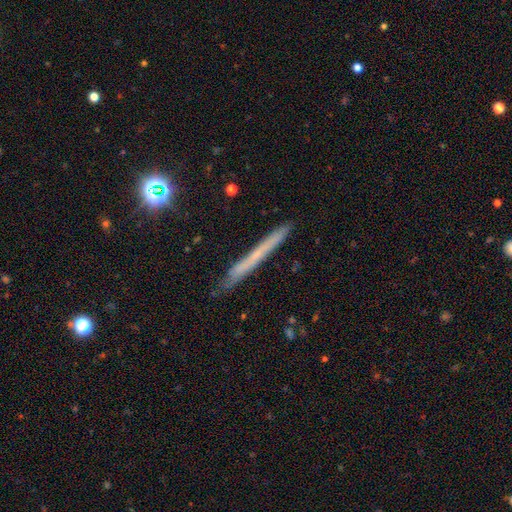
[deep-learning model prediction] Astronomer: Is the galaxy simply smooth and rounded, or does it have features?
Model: smooth — 48% (runner-up: featured or disk, 42%).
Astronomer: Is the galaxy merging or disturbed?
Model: none — 87%.